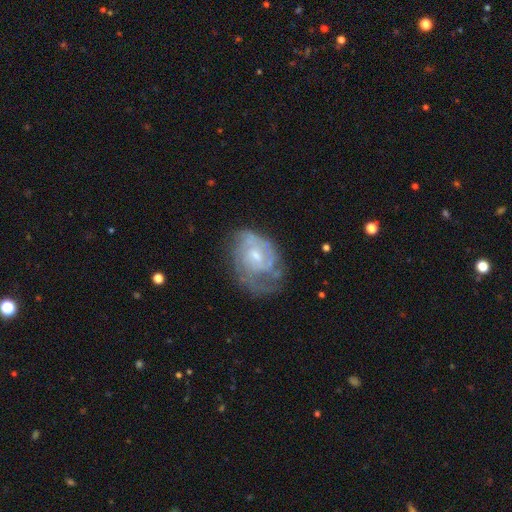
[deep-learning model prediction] Overall: featured or disk (80%). Edge-on disk: no (97%). Bar: no (51%; weak 44%). Spiral arms: yes (87%). Spiral arm count: can't tell (40%; 2 30%). Spiral winding: tight (52%; medium 37%). Bulge size: small (58%; moderate 35%). Merging: none (50%; minor disturbance 27%).